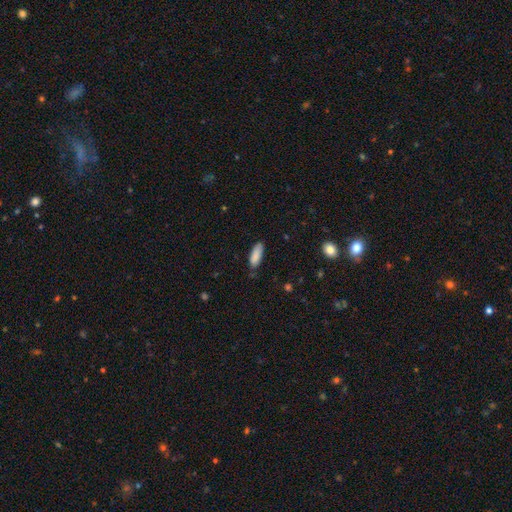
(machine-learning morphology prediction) Overall: smooth (88%). How rounded: in between (71%). Merging: none (74%).